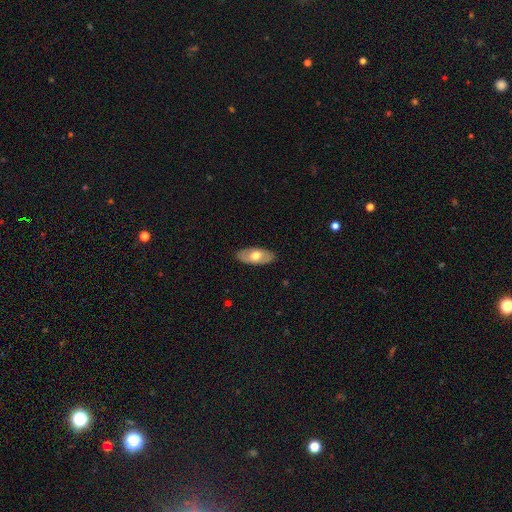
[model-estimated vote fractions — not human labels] smooth_or_featured: smooth (p=0.56) [alt: featured or disk p=0.39]
how_rounded: in between (p=0.90) [alt: cigar-shaped p=0.07]
merging: none (p=0.87) [alt: minor disturbance p=0.10]